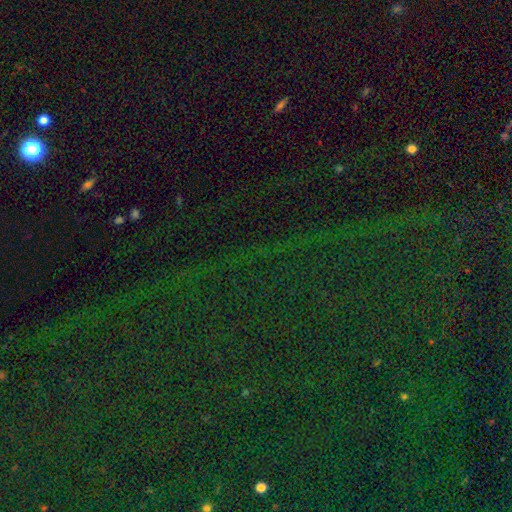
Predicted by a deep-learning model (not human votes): Smooth or featured? star or artifact (85%)